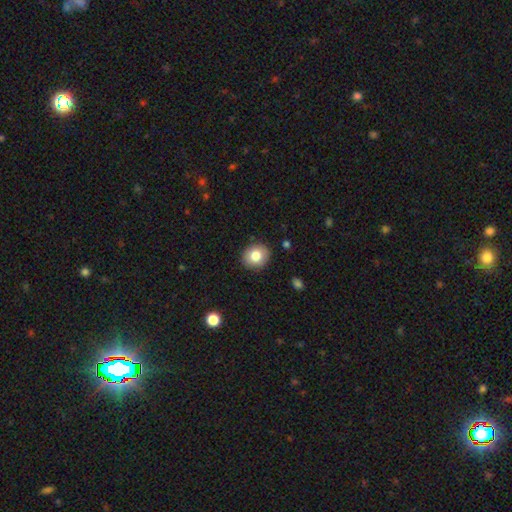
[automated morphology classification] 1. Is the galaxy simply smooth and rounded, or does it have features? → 81% smooth, 10% featured or disk, 9% star or artifact.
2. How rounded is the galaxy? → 74% round, 25% in between, 1% cigar-shaped.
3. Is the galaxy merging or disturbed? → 89% none, 8% minor disturbance, 2% major disturbance, 1% merger.